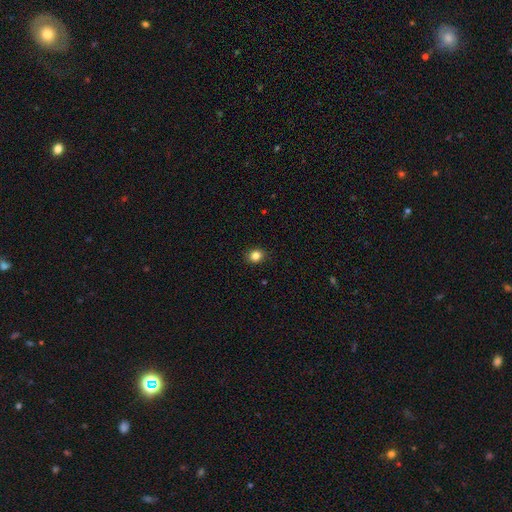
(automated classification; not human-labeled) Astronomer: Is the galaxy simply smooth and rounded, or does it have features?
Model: smooth — 84%.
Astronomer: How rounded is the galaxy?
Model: round — 70%.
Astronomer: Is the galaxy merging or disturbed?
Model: none — 89%.